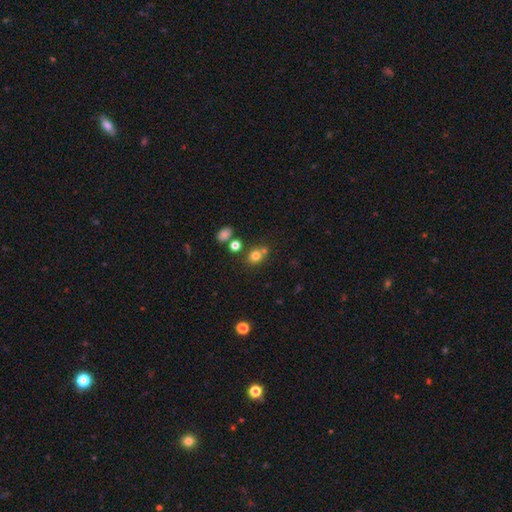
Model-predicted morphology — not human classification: A smooth galaxy with no disk features (75%) that is round (68%). Merging: none (61%).